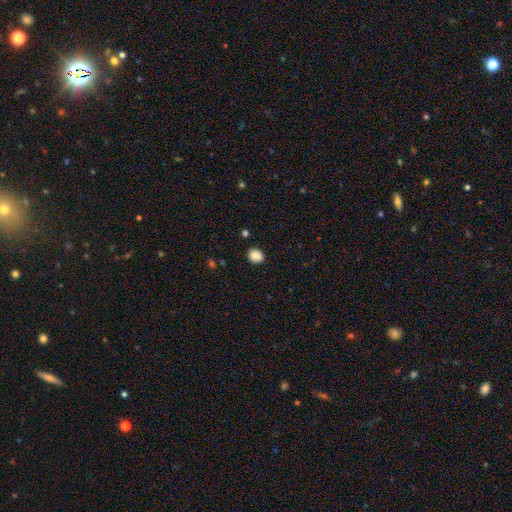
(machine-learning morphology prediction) A smooth galaxy with no disk features (88%) that is round (50%). Merging: none (89%).